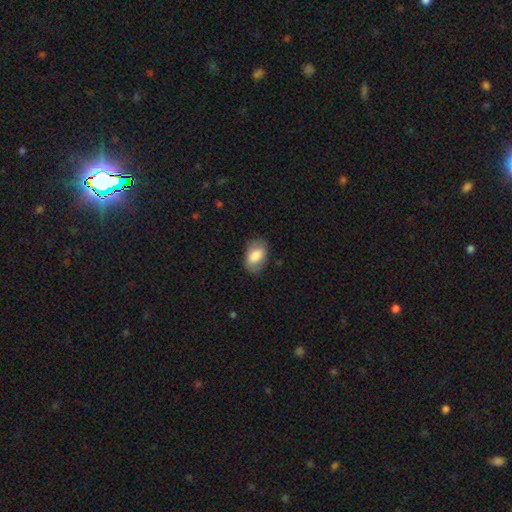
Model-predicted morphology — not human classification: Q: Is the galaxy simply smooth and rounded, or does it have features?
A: smooth — 76%.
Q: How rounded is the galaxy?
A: in between — 91%.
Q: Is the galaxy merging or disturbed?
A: none — 81%.